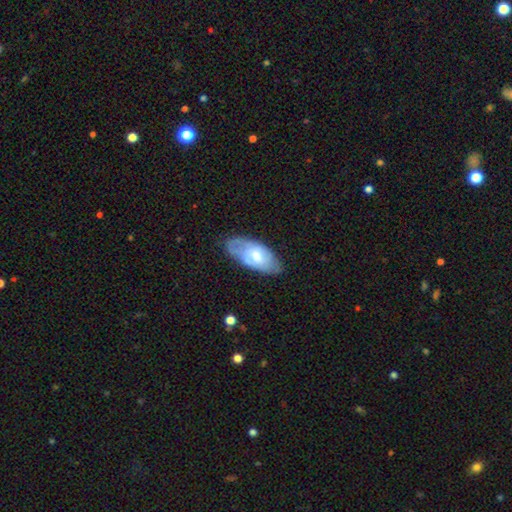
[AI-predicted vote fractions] smooth 52%, featured or disk 42%, star or artifact 6%. Down the decision tree: how rounded — in between (91%); merging — none (64%).